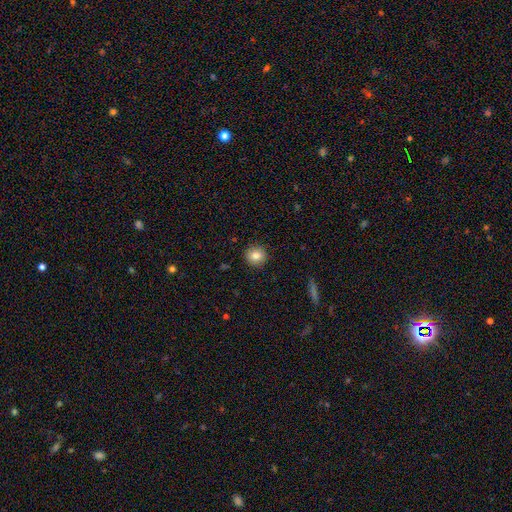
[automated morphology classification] This appears to be a smooth galaxy with no disk features (82%) that is round (89%). Merging: none (91%).